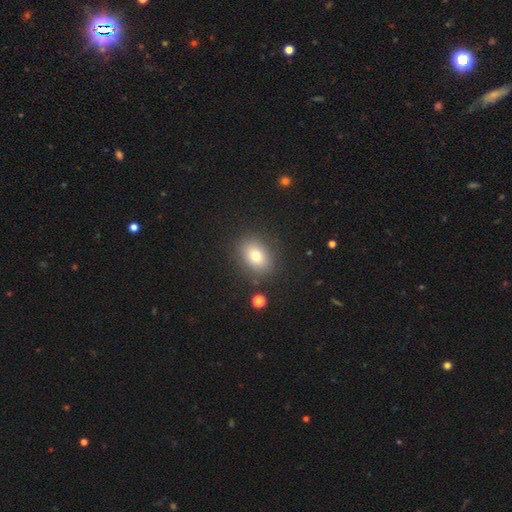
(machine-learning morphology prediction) The model was most divided on "how rounded": in between: 62%, round: 37%, cigar-shaped: 1%. More confident: merging — none (85%); smooth or featured — smooth (75%).